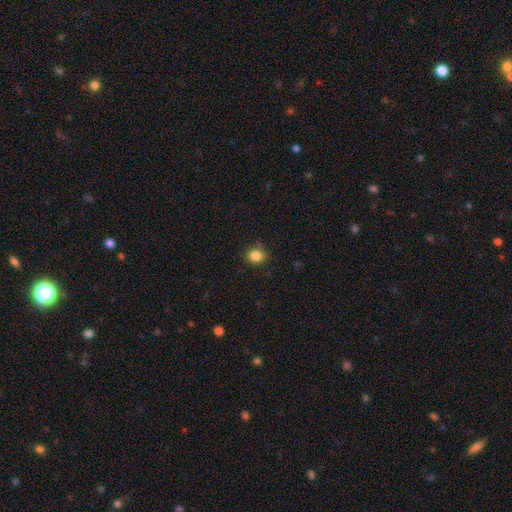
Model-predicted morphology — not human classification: smooth_or_featured: smooth (p=0.84) [alt: star or artifact p=0.11]
how_rounded: round (p=0.68) [alt: in between p=0.31]
merging: none (p=0.83) [alt: minor disturbance p=0.12]